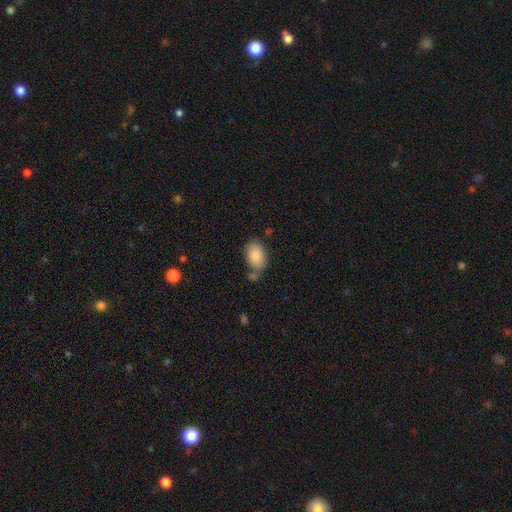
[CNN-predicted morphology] This appears to be a smooth galaxy with no disk features (86%) that is in between round and cigar-shaped (89%). Merging: none (62%).